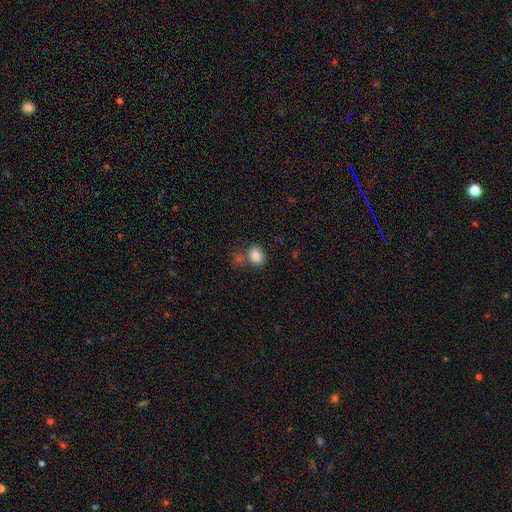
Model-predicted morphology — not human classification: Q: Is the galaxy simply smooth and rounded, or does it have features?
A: smooth — 85%.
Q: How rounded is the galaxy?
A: in between — 59%.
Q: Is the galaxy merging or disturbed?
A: none — 61%.